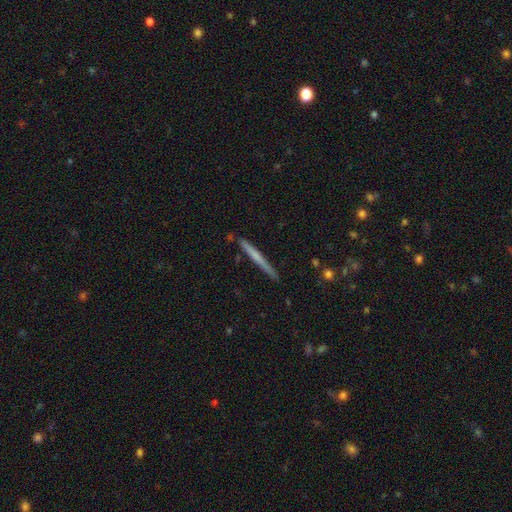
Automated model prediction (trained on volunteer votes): This is possibly a smooth galaxy (49%). Merging: clearly none (87%).